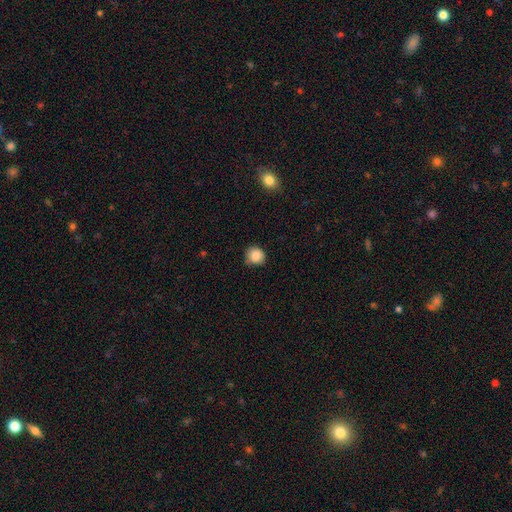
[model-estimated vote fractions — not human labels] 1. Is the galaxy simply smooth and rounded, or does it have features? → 85% smooth, 10% star or artifact, 6% featured or disk.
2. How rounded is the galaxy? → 86% round, 13% in between, 1% cigar-shaped.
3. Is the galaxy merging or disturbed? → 77% none, 18% minor disturbance, 3% major disturbance, 2% merger.